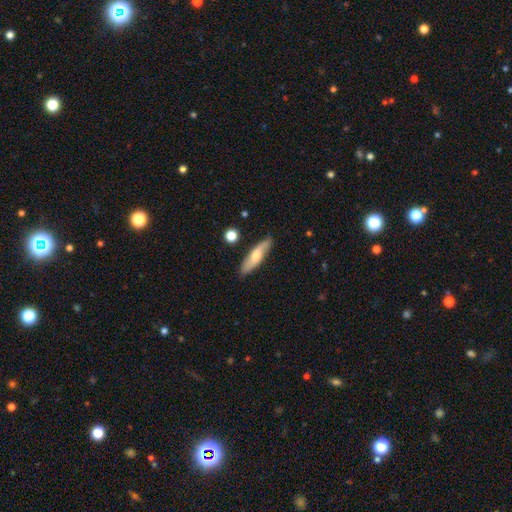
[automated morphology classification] This appears to be a smooth galaxy with no disk features (60%) that is cigar-shaped (69%). Merging: none (83%).